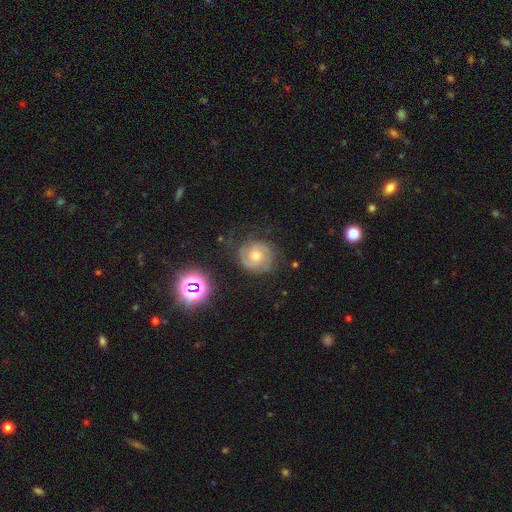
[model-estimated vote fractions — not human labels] A featured or disk galaxy (75%) with no bar (75%), 2 (53%) tight (65%) spiral arms (95%) and a moderate central bulge (63%). Merging: none (72%).